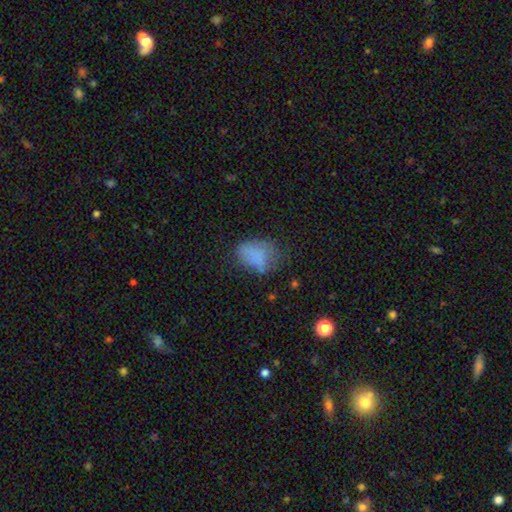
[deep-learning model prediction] Smooth or featured?
  - smooth: 71% *
  - featured or disk: 15%
  - star or artifact: 13%
How rounded?
  - in between: 80% *
  - round: 18%
  - cigar-shaped: 2%
Merging?
  - none: 43% *
  - minor disturbance: 30%
  - major disturbance: 23%
  - merger: 3%